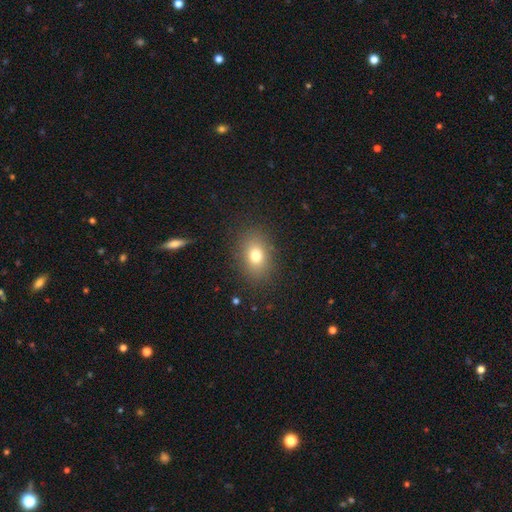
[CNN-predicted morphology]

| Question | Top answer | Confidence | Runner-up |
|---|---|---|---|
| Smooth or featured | smooth | 76% | star or artifact (12%) |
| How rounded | in between | 70% | round (29%) |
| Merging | none | 86% | minor disturbance (9%) |